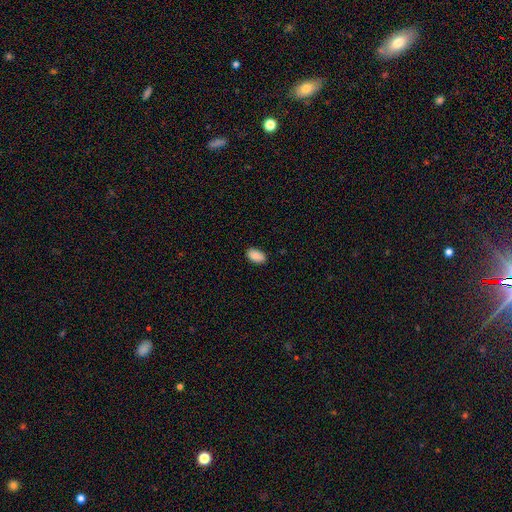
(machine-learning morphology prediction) type=smooth (90%); roundness=in between (94%); merging=none (88%).